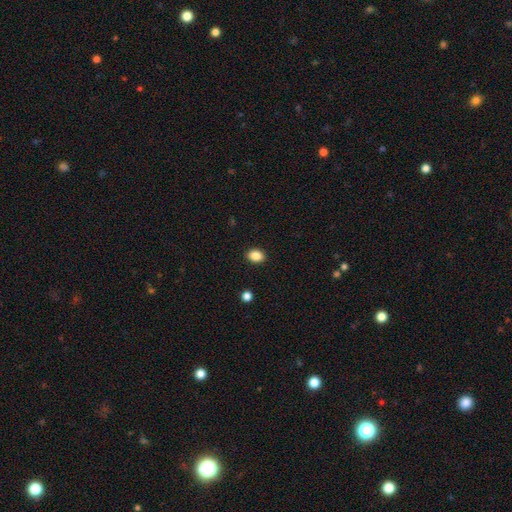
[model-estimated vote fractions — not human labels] Smooth or featured? smooth (87%)
How rounded? in between (69%)
Merging? none (90%)